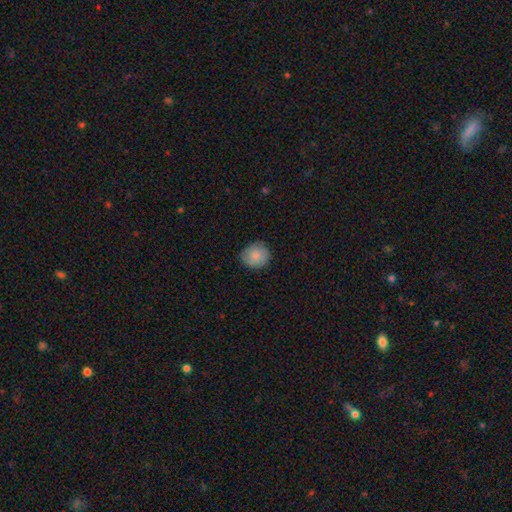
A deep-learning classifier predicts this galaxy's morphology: type=smooth (82%); roundness=round (83%); merging=none (83%).